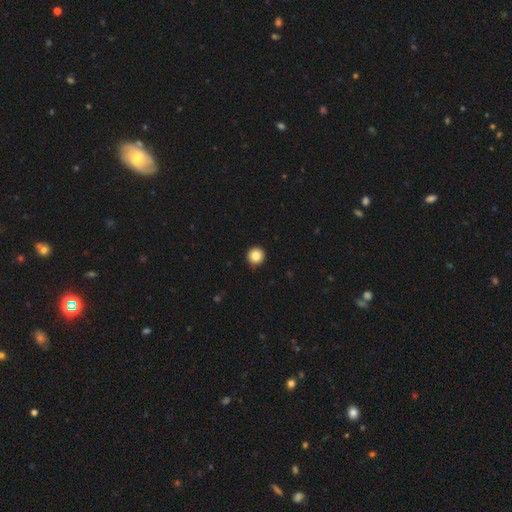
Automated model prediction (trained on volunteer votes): The model was most divided on "smooth or featured": smooth: 84%, star or artifact: 10%, featured or disk: 6%. More confident: how rounded — round (96%); merging — none (92%).